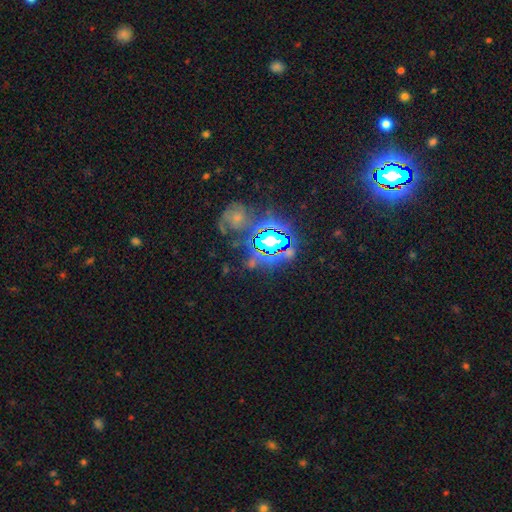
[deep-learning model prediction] The model was most divided on "smooth or featured": star or artifact: 80%, smooth: 12%, featured or disk: 9%.